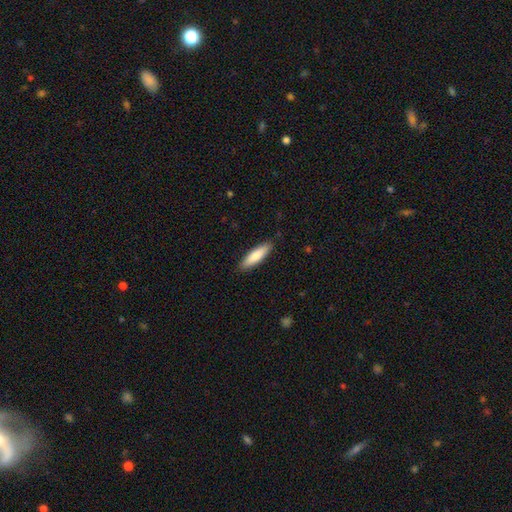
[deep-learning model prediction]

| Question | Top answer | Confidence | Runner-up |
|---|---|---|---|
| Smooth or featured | smooth | 81% | featured or disk (14%) |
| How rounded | cigar-shaped | 61% | in between (37%) |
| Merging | none | 88% | minor disturbance (9%) |